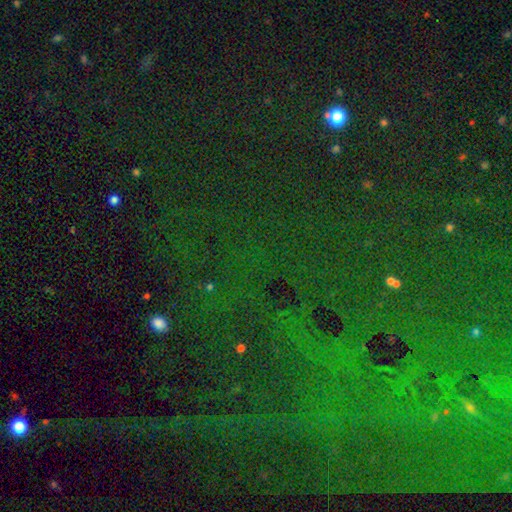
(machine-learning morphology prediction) smooth-or-featured: star or artifact: 82% | smooth: 10% | featured or disk: 8%